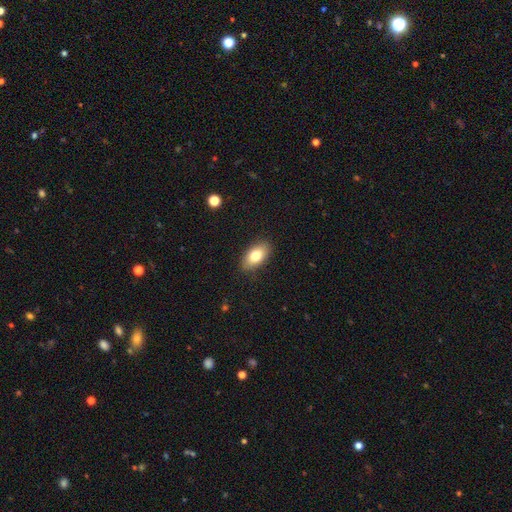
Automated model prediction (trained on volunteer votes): smooth 79%, featured or disk 14%, star or artifact 7%. Down the decision tree: how rounded — in between (91%); merging — none (87%).